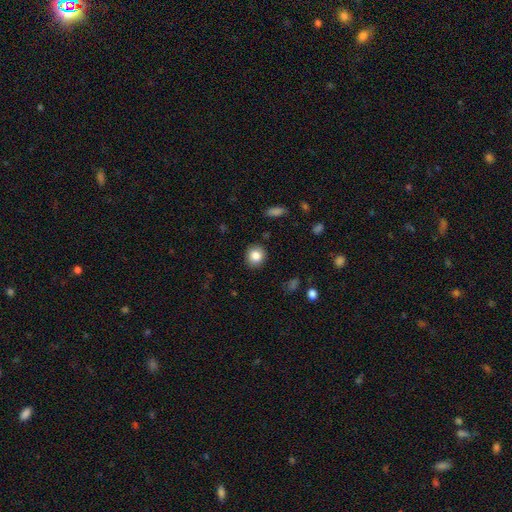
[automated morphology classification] The model was most divided on "how rounded": round: 83%, in between: 16%, cigar-shaped: 1%. More confident: merging — none (89%); smooth or featured — smooth (84%).